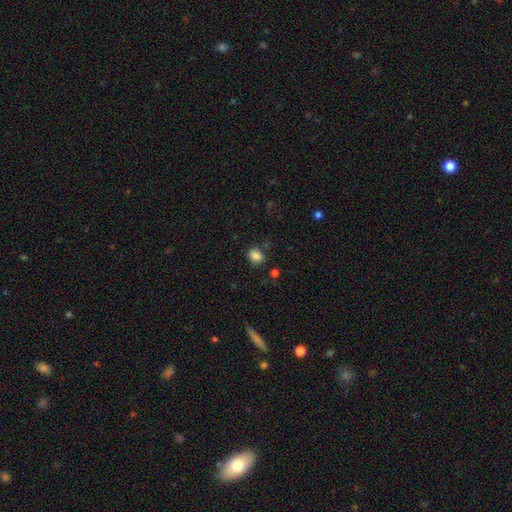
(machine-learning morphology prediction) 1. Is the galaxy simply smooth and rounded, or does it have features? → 85% smooth, 11% star or artifact, 4% featured or disk.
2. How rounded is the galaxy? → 57% in between, 42% round, 1% cigar-shaped.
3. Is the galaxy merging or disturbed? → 77% none, 15% minor disturbance, 4% merger, 4% major disturbance.